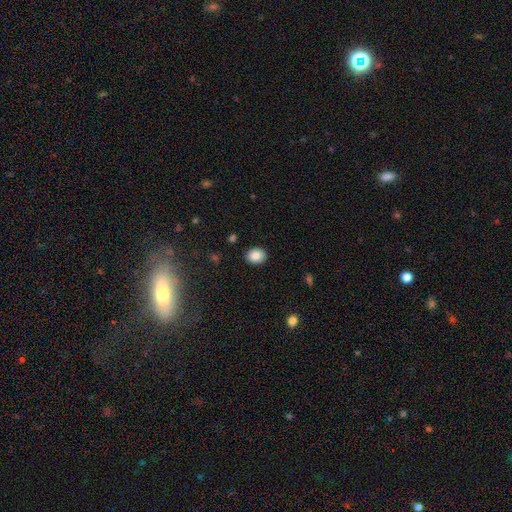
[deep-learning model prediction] The model was most divided on "how rounded": round: 59%, in between: 41%, cigar-shaped: 1%. More confident: merging — none (90%); smooth or featured — smooth (87%).